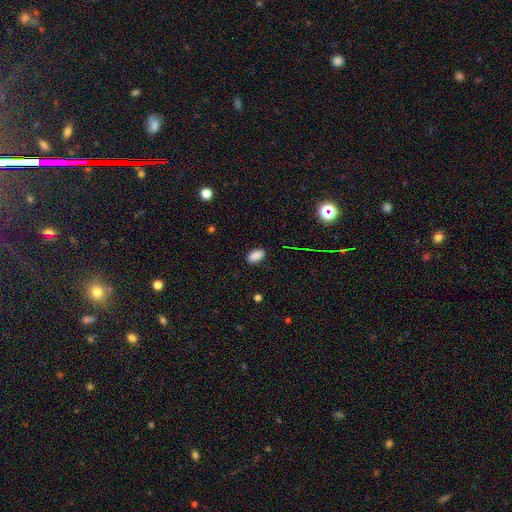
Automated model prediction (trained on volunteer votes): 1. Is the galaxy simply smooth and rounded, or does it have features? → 87% smooth, 10% star or artifact, 4% featured or disk.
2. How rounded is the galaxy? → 92% in between, 6% round, 2% cigar-shaped.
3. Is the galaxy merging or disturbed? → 88% none, 9% minor disturbance, 2% major disturbance, 1% merger.